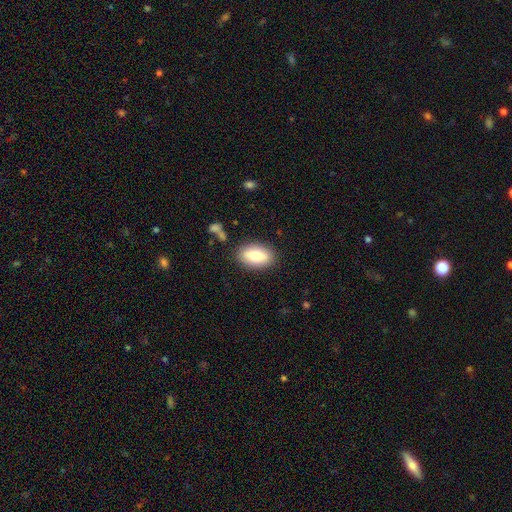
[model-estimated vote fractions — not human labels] This is likely a smooth galaxy (77%). How rounded: clearly in between (90%). Merging: clearly none (85%).